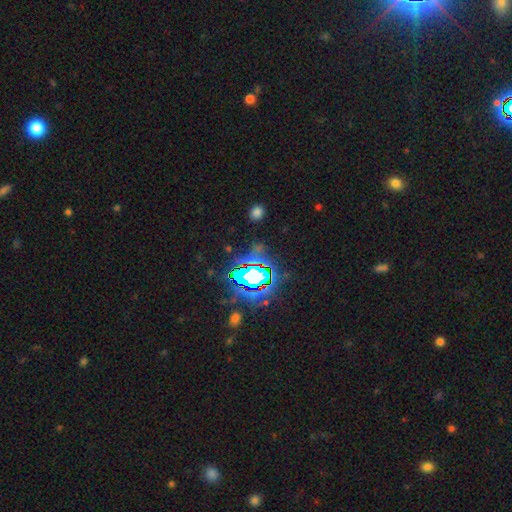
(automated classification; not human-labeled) A star or artifact, not a galaxy (81%).

Vote fractions:
- Smooth or featured? star or artifact: 81% / smooth: 11% / featured or disk: 8%